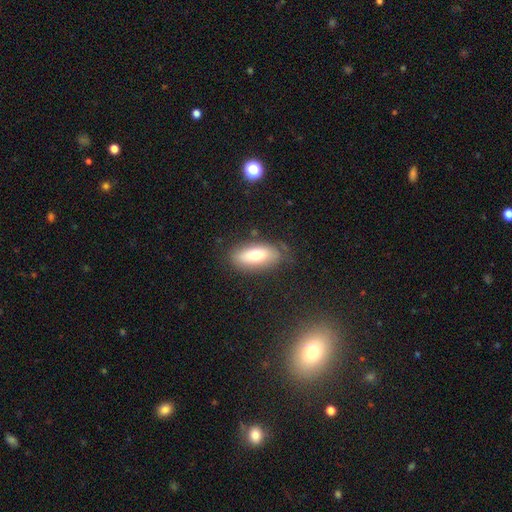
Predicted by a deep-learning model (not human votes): The model was most divided on "smooth or featured": smooth: 70%, featured or disk: 22%, star or artifact: 8%. More confident: how rounded — in between (86%); merging — none (74%).